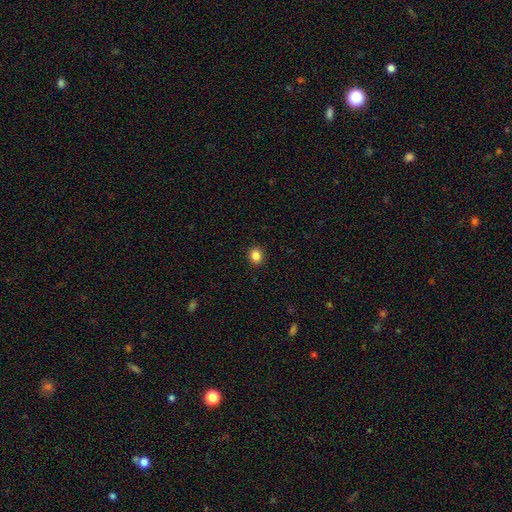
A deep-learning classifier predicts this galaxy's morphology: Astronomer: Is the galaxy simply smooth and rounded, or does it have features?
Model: smooth — 85%.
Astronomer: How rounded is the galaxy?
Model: round — 77%.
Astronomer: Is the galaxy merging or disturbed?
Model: none — 92%.